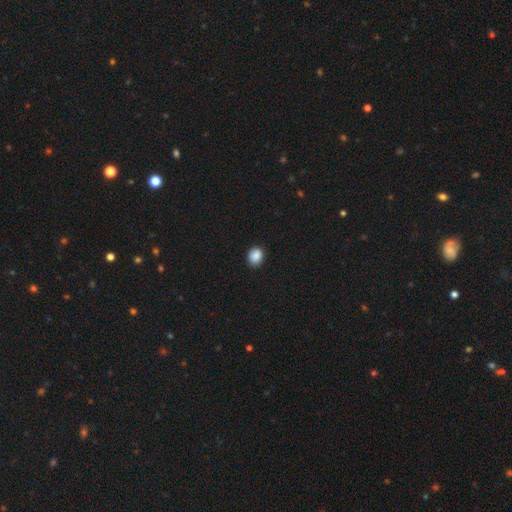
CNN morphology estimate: smooth-or-featured: smooth: 88% | star or artifact: 9% | featured or disk: 3%
  how-rounded: round: 62% | in between: 37% | cigar-shaped: 1%
  merging: none: 88% | minor disturbance: 9% | major disturbance: 2% | merger: 1%